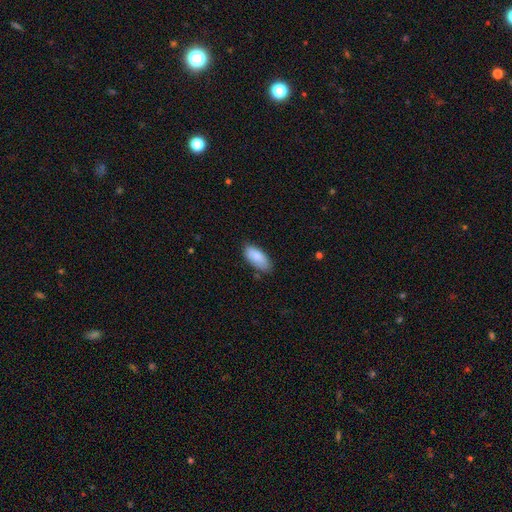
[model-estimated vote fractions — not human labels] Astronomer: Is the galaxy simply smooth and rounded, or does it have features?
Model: smooth — 87%.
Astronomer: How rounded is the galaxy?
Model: in between — 85%.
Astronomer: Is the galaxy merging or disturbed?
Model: none — 77%.